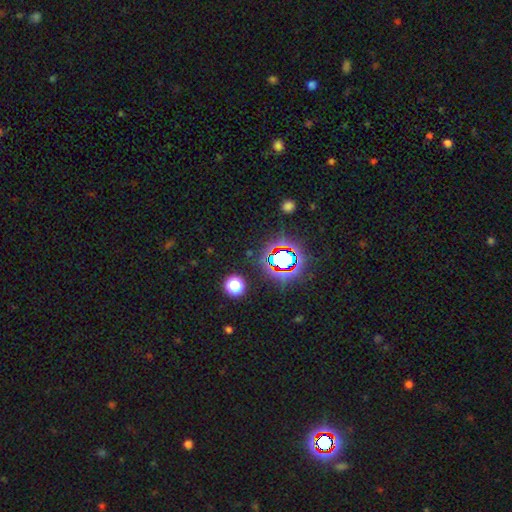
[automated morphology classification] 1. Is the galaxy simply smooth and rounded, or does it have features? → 74% star or artifact, 18% smooth, 8% featured or disk.